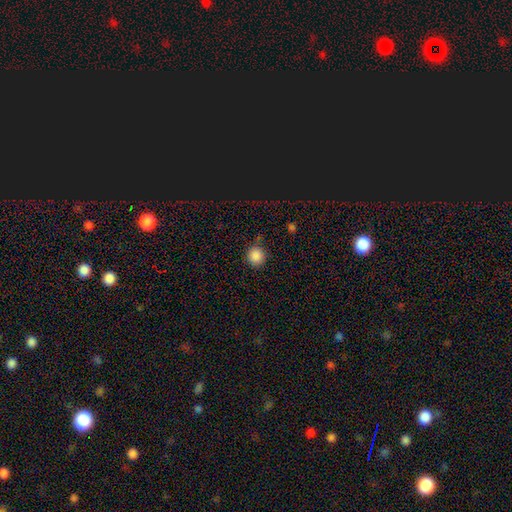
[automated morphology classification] Smooth or featured: smooth — 87% (star or artifact — 10%)
How rounded: round — 92% (in between — 7%)
Merging: none — 81% (minor disturbance — 12%)